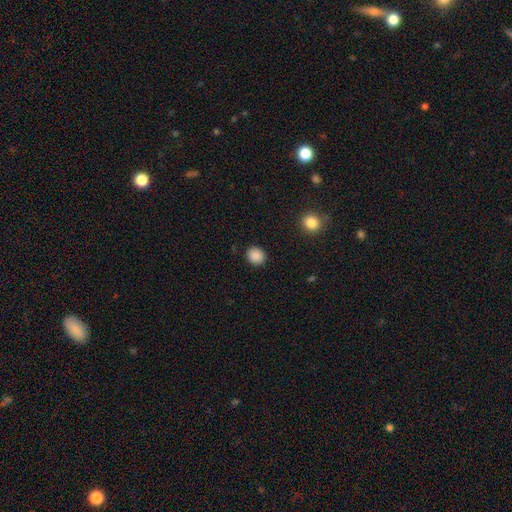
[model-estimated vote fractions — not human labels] smooth-or-featured: smooth: 88% | star or artifact: 9% | featured or disk: 2%
  how-rounded: round: 76% | in between: 23% | cigar-shaped: 1%
  merging: none: 90% | minor disturbance: 7% | major disturbance: 2% | merger: 1%